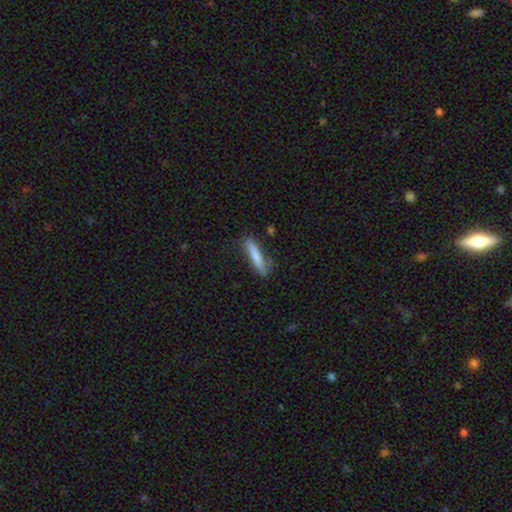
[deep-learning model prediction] Overall: smooth (75%). How rounded: cigar-shaped (90%). Merging: none (73%).